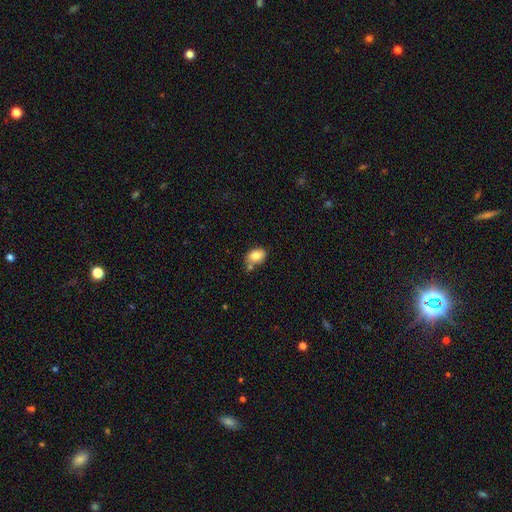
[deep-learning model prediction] smooth-or-featured: smooth: 84% | star or artifact: 8% | featured or disk: 7%
  how-rounded: in between: 81% | round: 18% | cigar-shaped: 1%
  merging: none: 62% | minor disturbance: 17% | merger: 17% | major disturbance: 4%